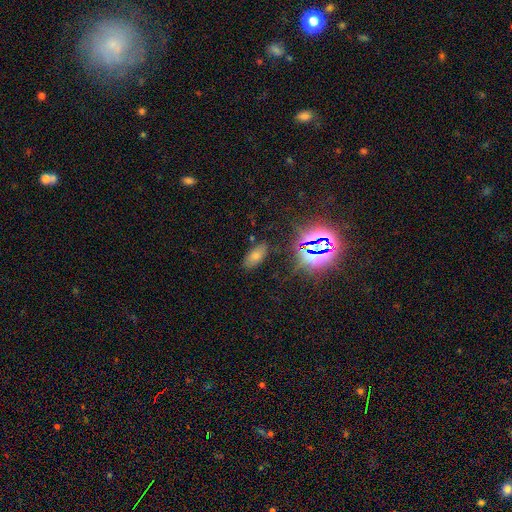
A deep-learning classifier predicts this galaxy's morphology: Smooth or featured? Predicted: smooth (p=0.47). Merging? Predicted: none (p=0.82).